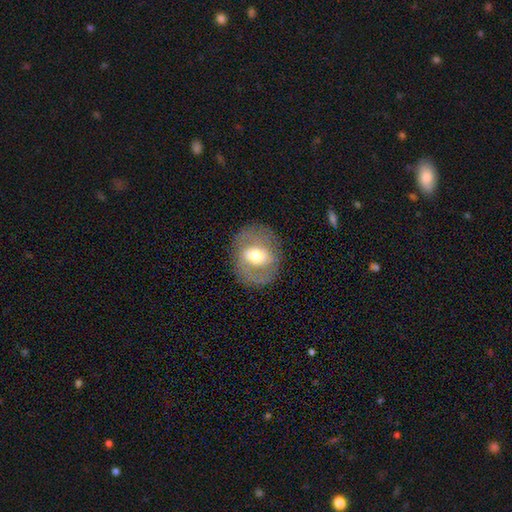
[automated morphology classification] Overall: featured or disk (51%; smooth 41%). Edge-on disk: no (93%). Merging: none (79%).